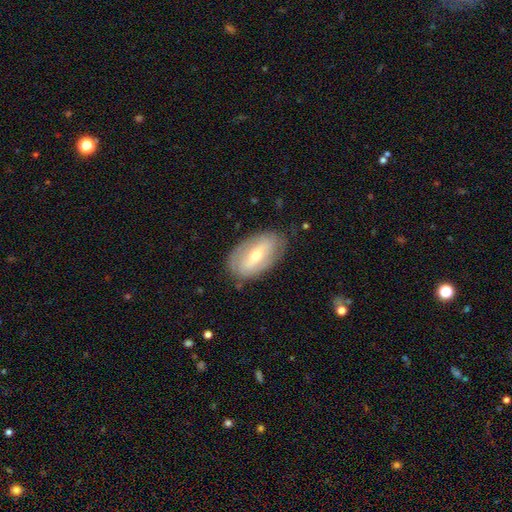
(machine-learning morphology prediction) A featured or disk galaxy (60%) with a strong bar (41%), spiral arms (53%) and a moderate central bulge (55%). Merging: none (78%).